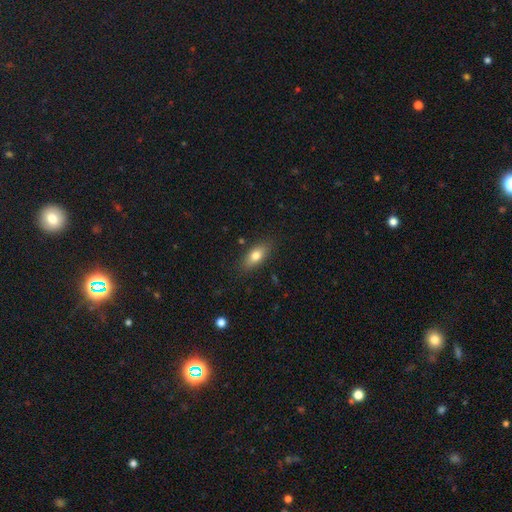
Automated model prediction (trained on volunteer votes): Q: Smooth or featured?
A: smooth (75%); runner-up: featured or disk (17%)
Q: How rounded?
A: in between (81%); runner-up: cigar-shaped (14%)
Q: Merging?
A: none (84%); runner-up: minor disturbance (12%)